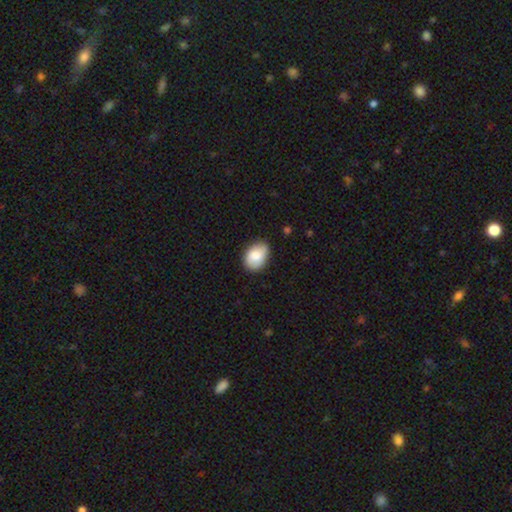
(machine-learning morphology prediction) smooth_or_featured: smooth (p=0.79) [alt: featured or disk p=0.15]
how_rounded: in between (p=0.82) [alt: round p=0.17]
merging: none (p=0.78) [alt: minor disturbance p=0.17]